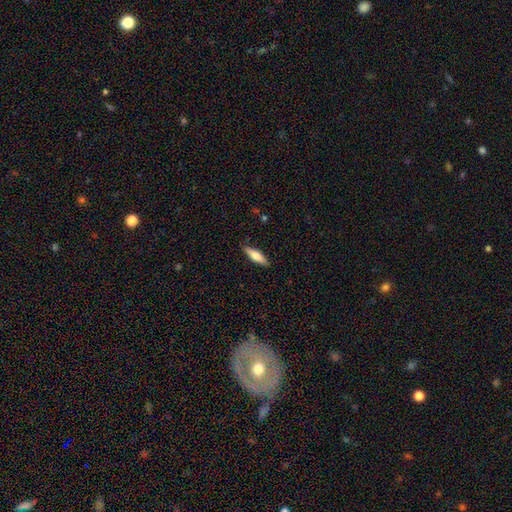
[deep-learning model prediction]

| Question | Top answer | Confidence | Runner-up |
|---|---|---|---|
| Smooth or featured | smooth | 64% | featured or disk (30%) |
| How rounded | cigar-shaped | 59% | in between (39%) |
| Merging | none | 88% | minor disturbance (9%) |